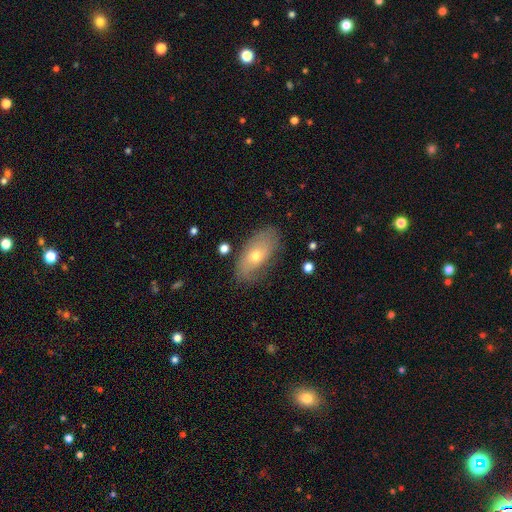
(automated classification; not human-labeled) Smooth or featured? smooth (47%)
Merging? none (73%)